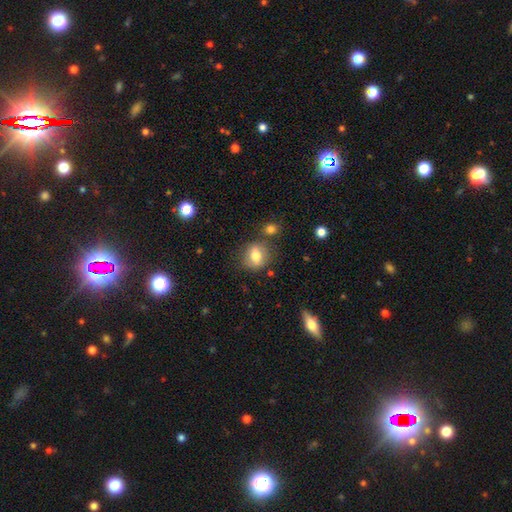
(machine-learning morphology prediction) Smooth or featured? Predicted: smooth (p=0.70). How rounded? Predicted: round (p=0.63). Merging? Predicted: none (p=0.74).